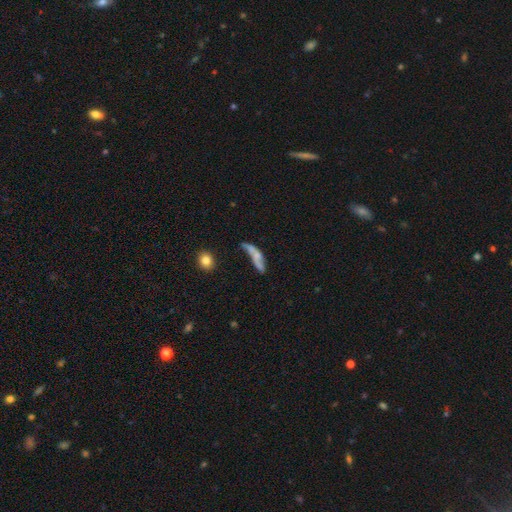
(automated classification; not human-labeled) This is possibly a smooth galaxy (47%). Merging: marginally none (29%).